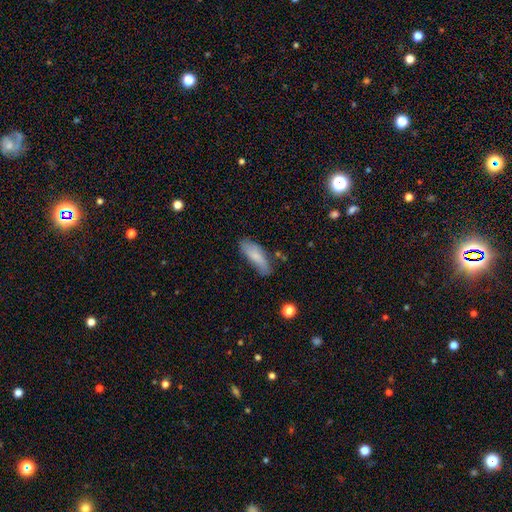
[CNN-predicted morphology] Smooth or featured: smooth — 78% (featured or disk — 15%)
How rounded: in between — 56% (cigar-shaped — 42%)
Merging: none — 63% (minor disturbance — 27%)